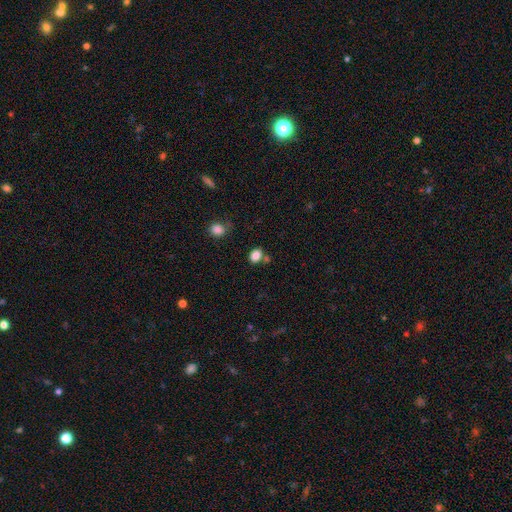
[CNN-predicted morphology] Smooth or featured: smooth — 84% (star or artifact — 11%)
How rounded: in between — 69% (round — 30%)
Merging: none — 67% (merger — 15%)